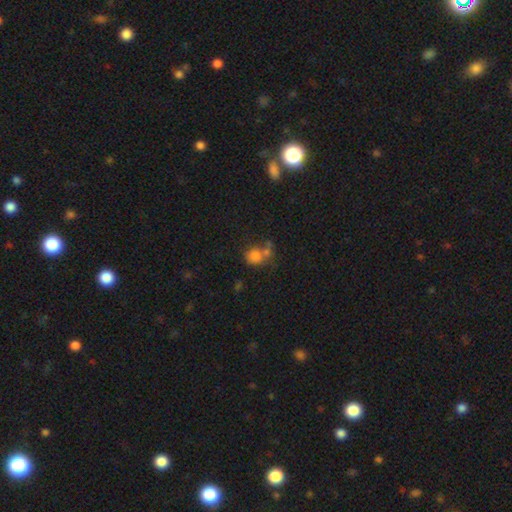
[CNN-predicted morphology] A smooth galaxy with no disk features (75%) that is round (75%).

Vote fractions:
- Smooth or featured? smooth: 75% / star or artifact: 13% / featured or disk: 12%
- How rounded? round: 75% / in between: 24% / cigar-shaped: 1%
- Merging? none: 39% (tied) / merger: 39% (tied) / minor disturbance: 13% / major disturbance: 8%